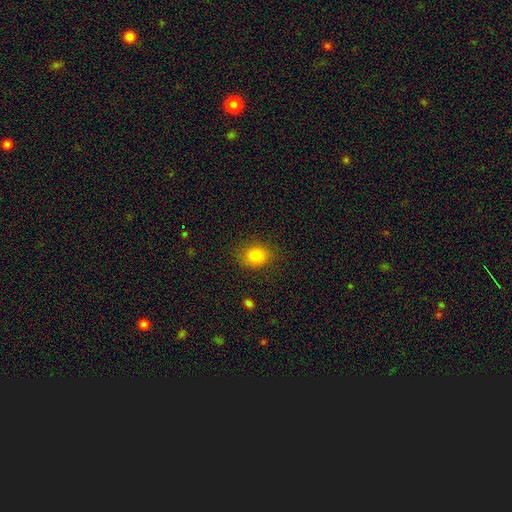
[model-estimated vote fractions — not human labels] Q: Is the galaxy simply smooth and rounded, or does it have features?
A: smooth — 81%.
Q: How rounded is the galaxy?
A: round — 56%.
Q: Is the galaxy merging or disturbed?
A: none — 85%.